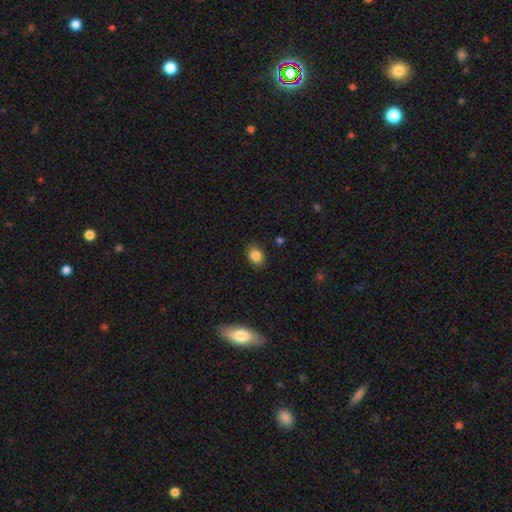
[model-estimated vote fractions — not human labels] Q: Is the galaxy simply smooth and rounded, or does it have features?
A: smooth — 84%.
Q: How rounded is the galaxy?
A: in between — 66%.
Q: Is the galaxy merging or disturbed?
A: none — 85%.